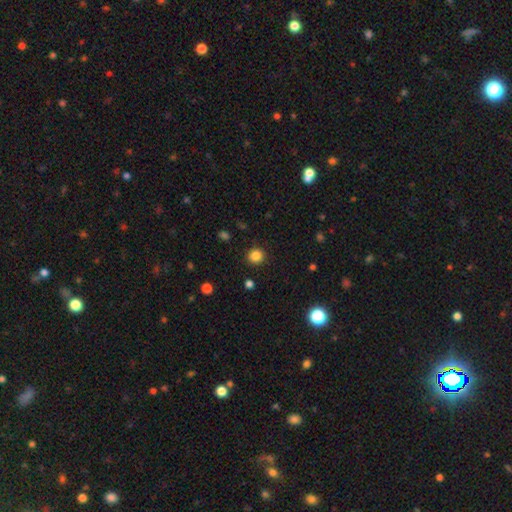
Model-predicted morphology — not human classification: This is clearly a smooth galaxy (84%). How rounded: clearly round (90%). Merging: clearly none (91%).